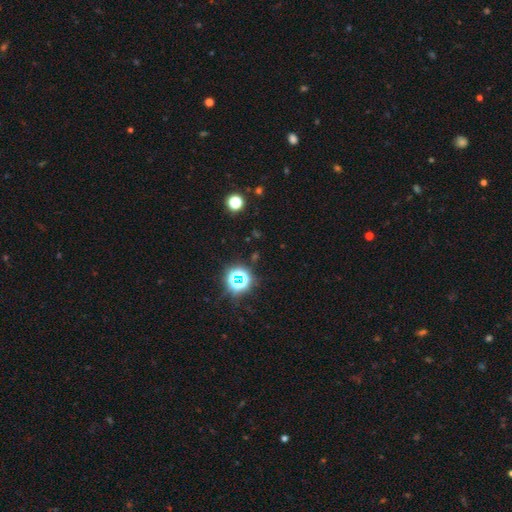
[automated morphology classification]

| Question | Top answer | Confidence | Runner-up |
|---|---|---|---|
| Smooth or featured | star or artifact | 74% | smooth (18%) |